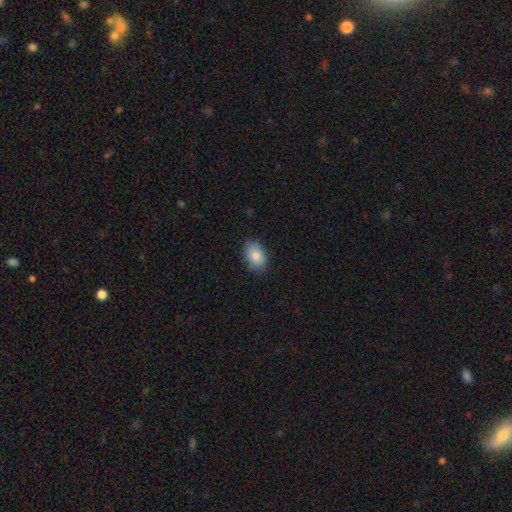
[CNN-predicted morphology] Smooth or featured: smooth — 86% (featured or disk — 7%)
How rounded: in between — 87% (round — 12%)
Merging: none — 82% (minor disturbance — 14%)